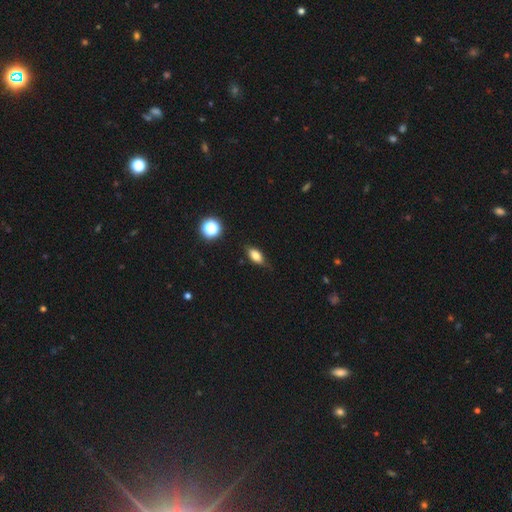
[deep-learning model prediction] Overall: smooth (76%). How rounded: in between (83%). Merging: none (72%).